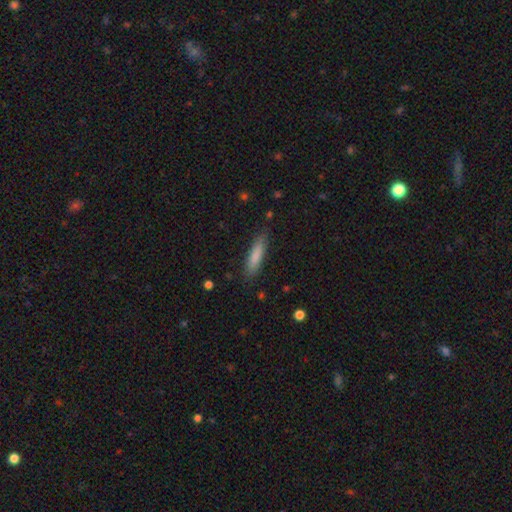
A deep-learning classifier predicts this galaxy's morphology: smooth 82%, featured or disk 12%, star or artifact 6%. Down the decision tree: how rounded — cigar-shaped (79%); merging — none (85%).